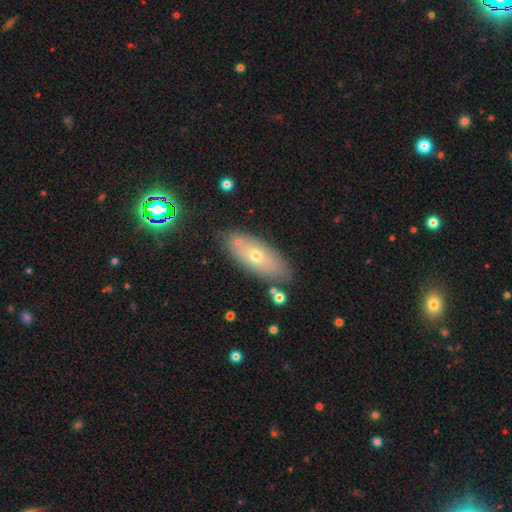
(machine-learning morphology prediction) Q: Smooth or featured?
A: smooth (55%); runner-up: featured or disk (35%)
Q: How rounded?
A: in between (77%); runner-up: cigar-shaped (19%)
Q: Merging?
A: none (82%); runner-up: minor disturbance (12%)